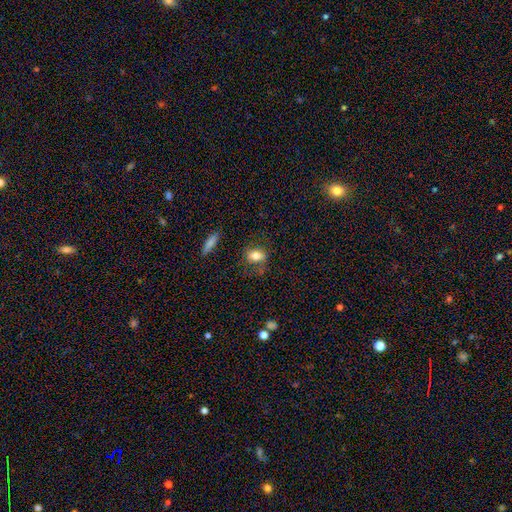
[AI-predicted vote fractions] smooth 77%, featured or disk 13%, star or artifact 10%. Down the decision tree: how rounded — in between (73%); merging — none (70%).